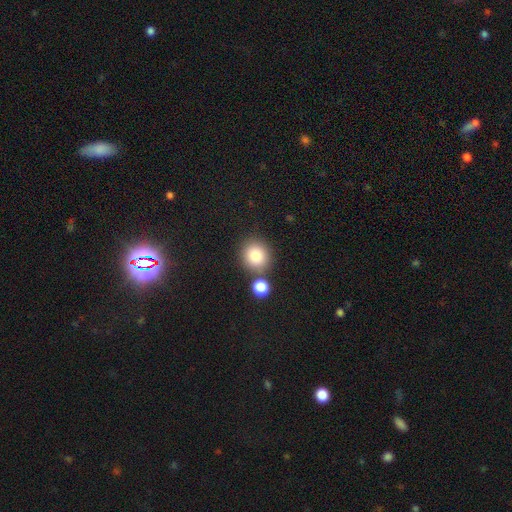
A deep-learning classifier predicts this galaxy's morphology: A smooth galaxy with no disk features (81%) that is round (87%).

Vote fractions:
- Smooth or featured? smooth: 81% / star or artifact: 11% / featured or disk: 8%
- How rounded? round: 87% / in between: 12% / cigar-shaped: 1%
- Merging? none: 74% / merger: 15% / minor disturbance: 9% / major disturbance: 3%